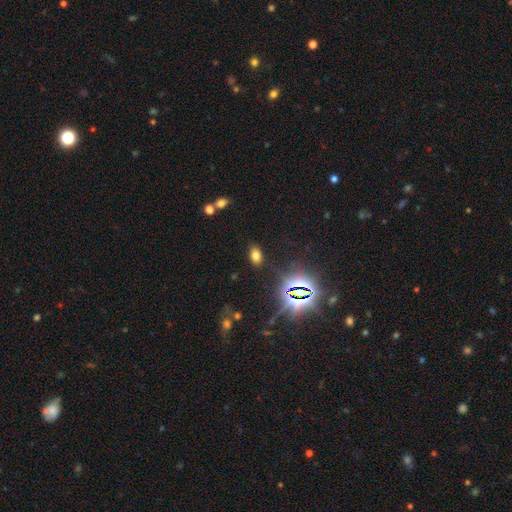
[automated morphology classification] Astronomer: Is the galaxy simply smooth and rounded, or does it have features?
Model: smooth — 65%.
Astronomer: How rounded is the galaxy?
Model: in between — 90%.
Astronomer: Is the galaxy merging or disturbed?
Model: none — 86%.